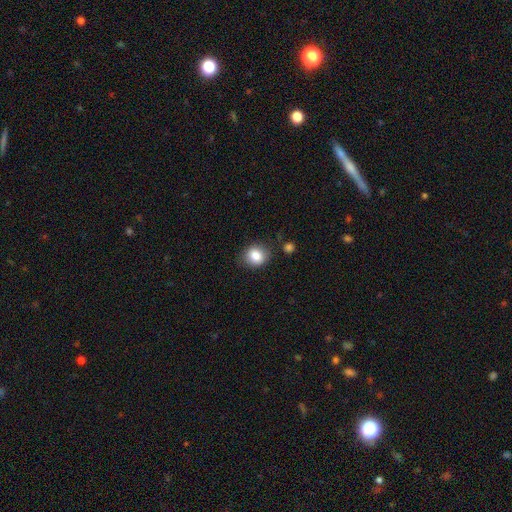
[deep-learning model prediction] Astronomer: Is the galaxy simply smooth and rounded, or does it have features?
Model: smooth — 84%.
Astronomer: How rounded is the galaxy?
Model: round — 68%.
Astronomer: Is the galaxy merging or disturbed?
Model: none — 81%.